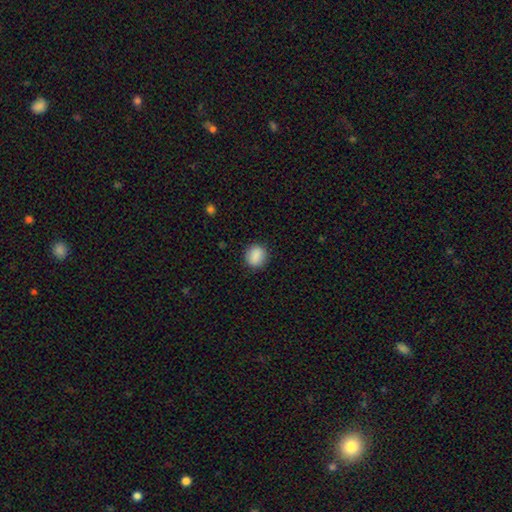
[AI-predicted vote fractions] Morphology: type=smooth (88%); roundness=round (69%); merging=none (87%).